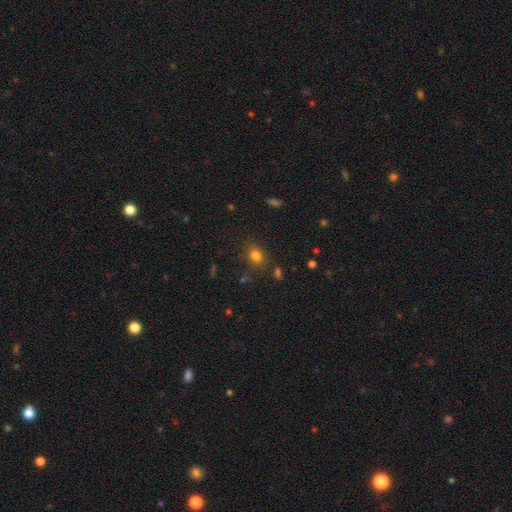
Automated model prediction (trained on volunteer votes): Morphology: type=smooth (79%); roundness=round (50%); merging=none (78%).